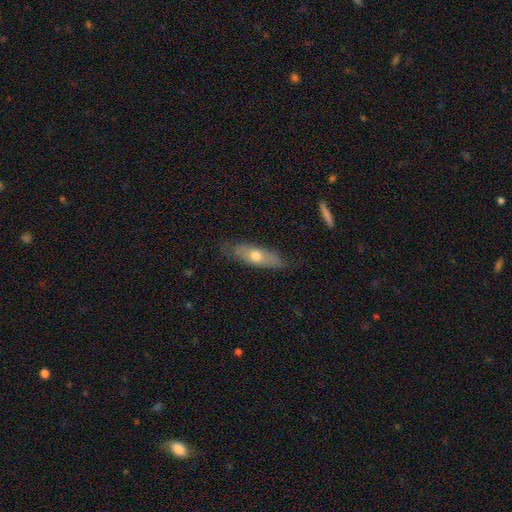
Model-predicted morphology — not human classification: smooth_or_featured: smooth (p=0.53) [alt: featured or disk p=0.40]
how_rounded: cigar-shaped (p=0.51) [alt: in between p=0.46]
merging: none (p=0.78) [alt: minor disturbance p=0.18]